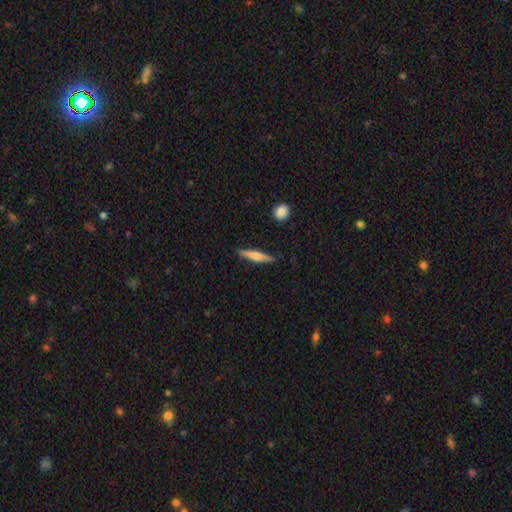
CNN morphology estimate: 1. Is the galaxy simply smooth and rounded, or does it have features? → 48% featured or disk, 46% smooth, 6% star or artifact.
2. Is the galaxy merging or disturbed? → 87% none, 9% minor disturbance, 2% major disturbance, 2% merger.